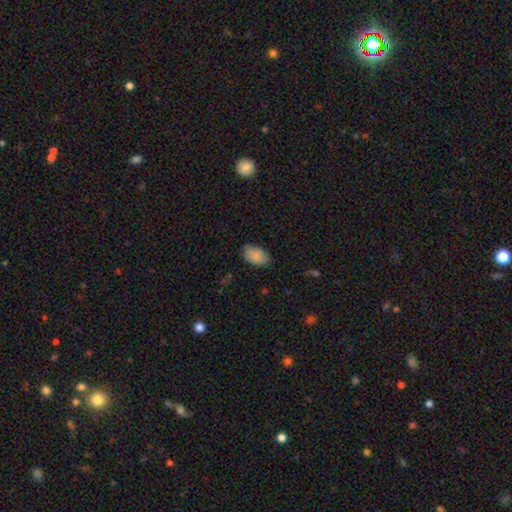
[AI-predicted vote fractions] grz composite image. It shows a smooth galaxy with no disk features (86%) that is in between round and cigar-shaped (92%). Merging: none (79%).